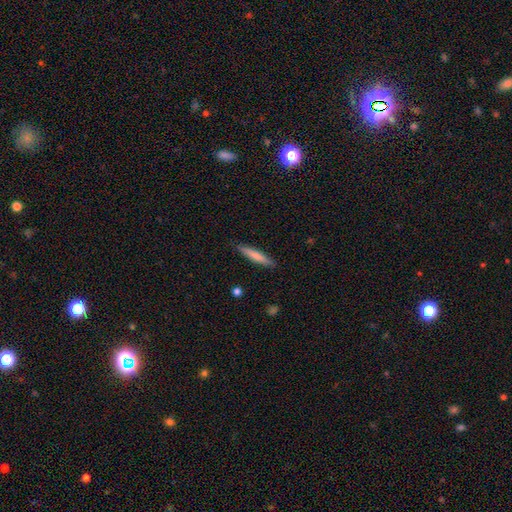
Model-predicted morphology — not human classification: The model was most divided on "smooth or featured": smooth: 73%, featured or disk: 21%, star or artifact: 6%. More confident: how rounded — cigar-shaped (91%); merging — none (89%).